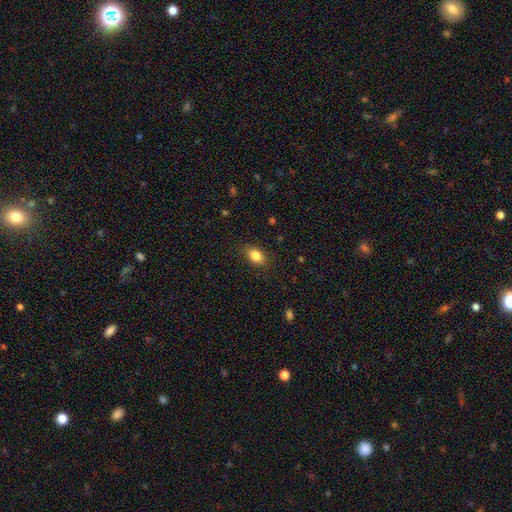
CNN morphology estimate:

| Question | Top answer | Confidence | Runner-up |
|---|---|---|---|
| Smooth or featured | smooth | 85% | star or artifact (9%) |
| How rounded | in between | 82% | round (17%) |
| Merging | none | 85% | minor disturbance (11%) |